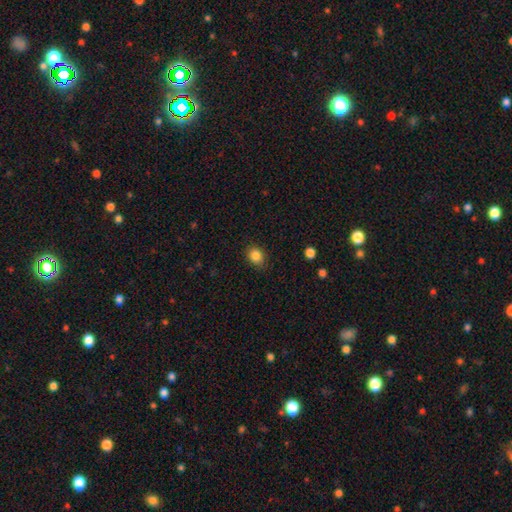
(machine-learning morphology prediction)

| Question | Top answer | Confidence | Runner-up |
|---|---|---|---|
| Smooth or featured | smooth | 86% | star or artifact (10%) |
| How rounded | round | 51% | in between (48%) |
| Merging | none | 85% | minor disturbance (11%) |